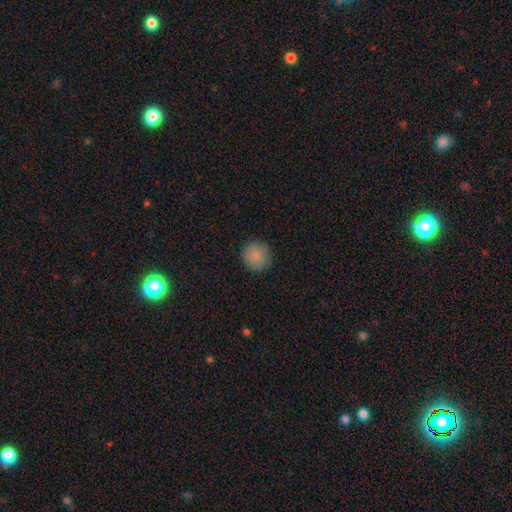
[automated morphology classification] A smooth galaxy with no disk features (84%) that is round (94%). Merging: none (90%).